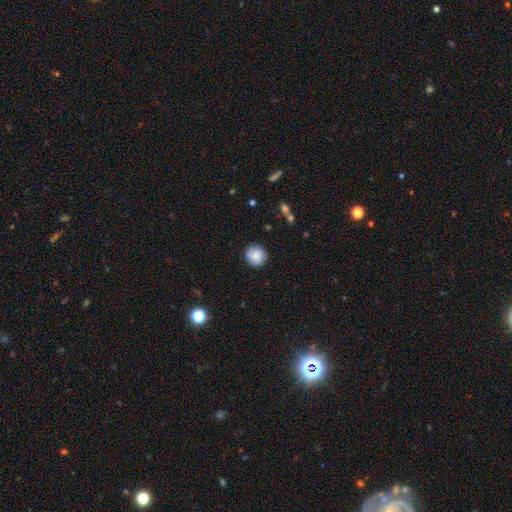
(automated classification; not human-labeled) Overall: smooth (79%). How rounded: round (91%). Merging: none (87%).